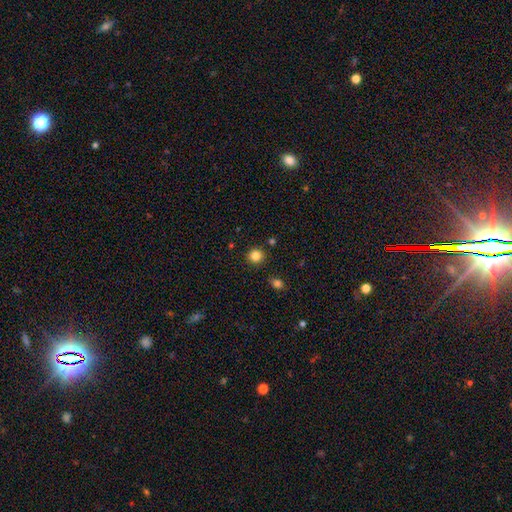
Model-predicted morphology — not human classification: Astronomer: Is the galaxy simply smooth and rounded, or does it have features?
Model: smooth — 83%.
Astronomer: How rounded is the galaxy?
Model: round — 92%.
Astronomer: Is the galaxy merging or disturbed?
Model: none — 90%.